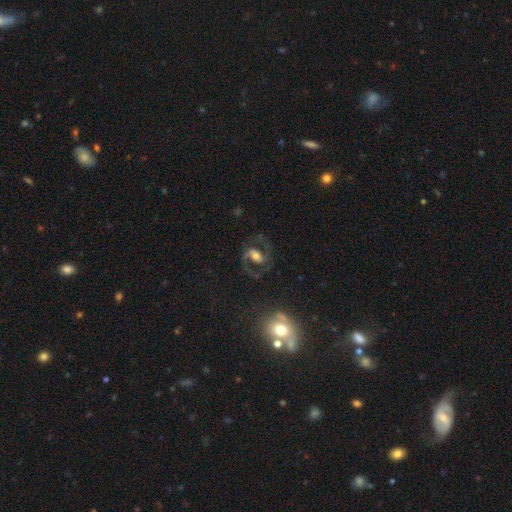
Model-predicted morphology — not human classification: featured or disk 75%, smooth 15%, star or artifact 10%. Down the decision tree: edge-on disk — no (96%); bar — weak (38%); spiral arms — yes (90%); spiral arm count — 2 (89%); spiral winding — medium (56%); bulge size — moderate (56%); merging — none (67%).